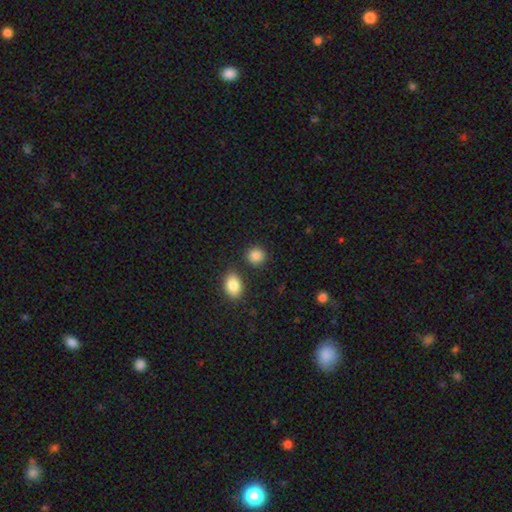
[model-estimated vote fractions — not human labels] The model was most divided on "how rounded": round: 80%, in between: 19%, cigar-shaped: 1%. More confident: smooth or featured — smooth (88%); merging — none (82%).